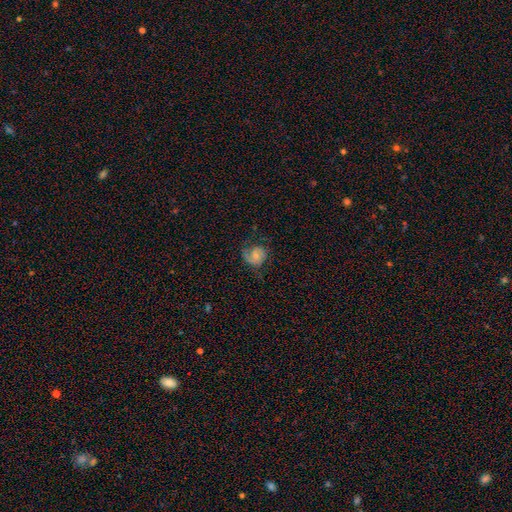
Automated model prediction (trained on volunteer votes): The model was most divided on "spiral winding": tight: 41%, medium: 40%, loose: 19%. More confident: edge-on disk — no (98%); spiral arms — yes (89%); bar — no (65%); merging — none (60%); smooth or featured — featured or disk (57%); spiral arm count — 2 (55%); bulge size — small (51%).